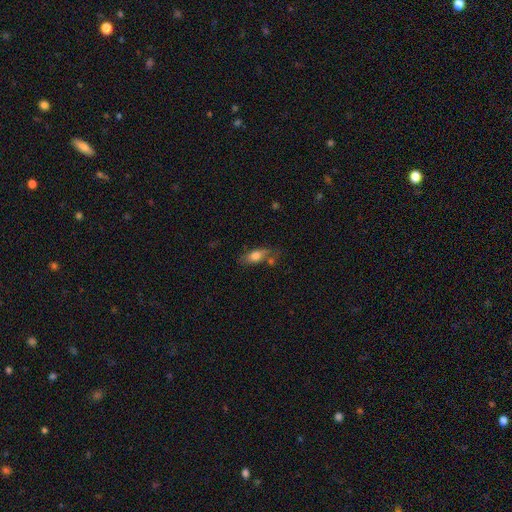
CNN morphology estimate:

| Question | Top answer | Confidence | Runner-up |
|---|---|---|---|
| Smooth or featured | smooth | 69% | featured or disk (23%) |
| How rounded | in between | 75% | cigar-shaped (20%) |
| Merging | none | 57% | minor disturbance (22%) |